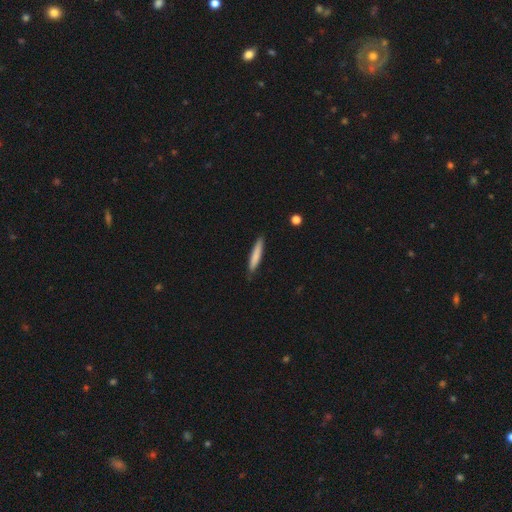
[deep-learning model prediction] The model was most divided on "smooth or featured": smooth: 79%, featured or disk: 15%, star or artifact: 6%. More confident: how rounded — cigar-shaped (91%); merging — none (85%).